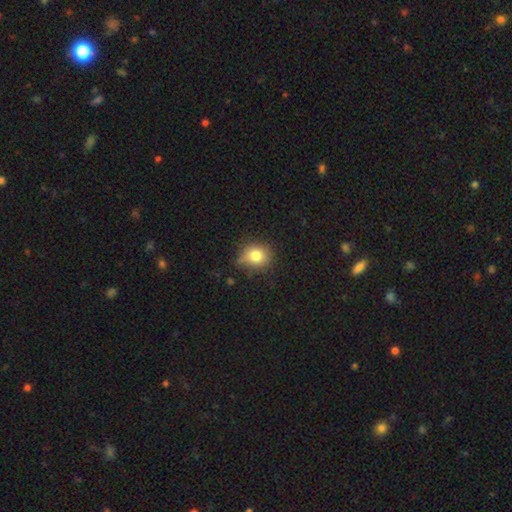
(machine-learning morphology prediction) smooth-or-featured: smooth: 80% | star or artifact: 11% | featured or disk: 9%
  how-rounded: round: 75% | in between: 23% | cigar-shaped: 1%
  merging: none: 67% | minor disturbance: 25% | major disturbance: 6% | merger: 3%